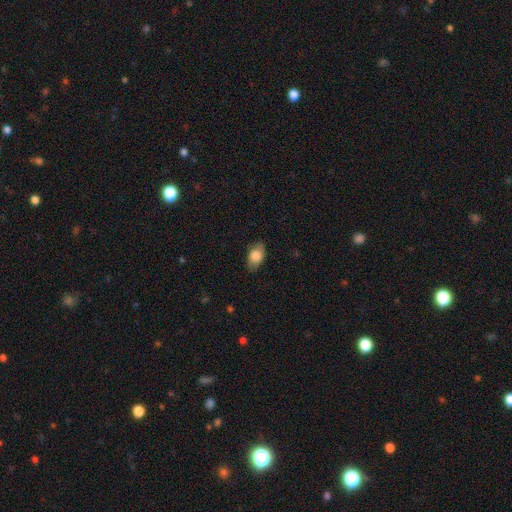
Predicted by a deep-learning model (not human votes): Overall: smooth (78%). How rounded: in between (89%). Merging: none (80%).